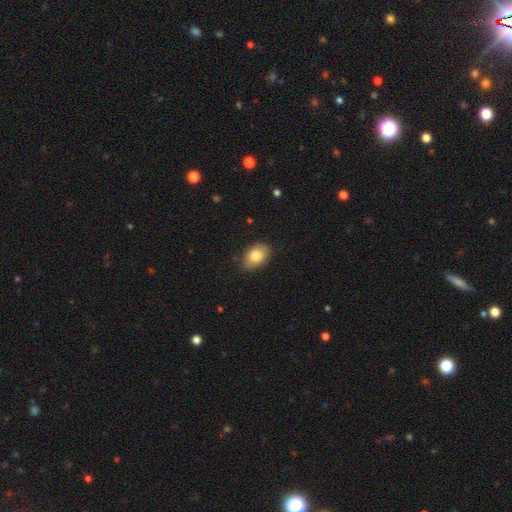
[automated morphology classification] smooth 81%, featured or disk 11%, star or artifact 8%. Down the decision tree: how rounded — in between (80%); merging — none (78%).